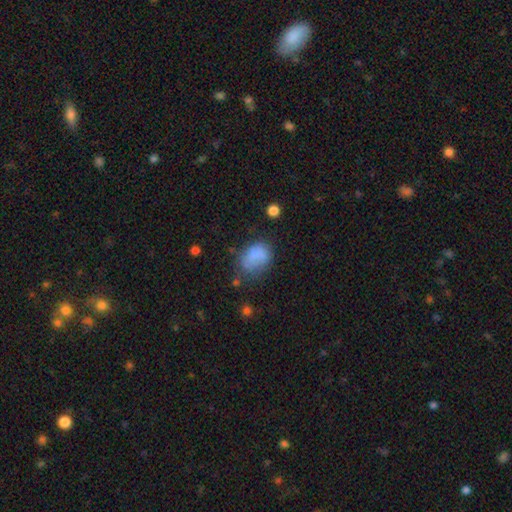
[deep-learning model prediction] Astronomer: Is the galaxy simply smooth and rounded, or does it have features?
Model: smooth — 74%.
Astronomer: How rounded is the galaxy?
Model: in between — 74%.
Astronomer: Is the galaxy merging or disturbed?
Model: none — 43% (runner-up: minor disturbance, 30%).